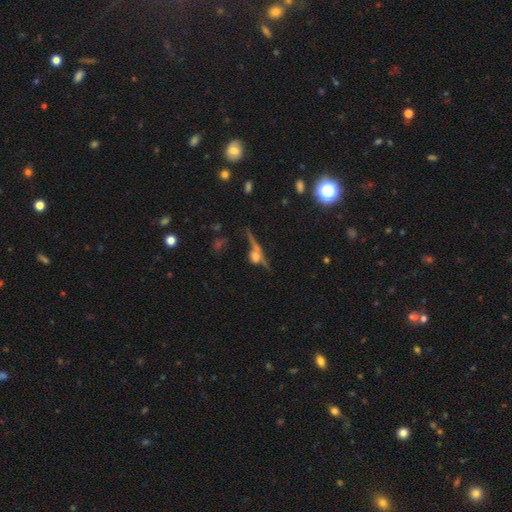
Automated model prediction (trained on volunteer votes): smooth-or-featured: featured or disk: 52% | smooth: 29% | star or artifact: 19%
  disk-edge-on: yes: 78% | no: 22%
  merging: none: 57% | merger: 17% | minor disturbance: 14% | major disturbance: 13%